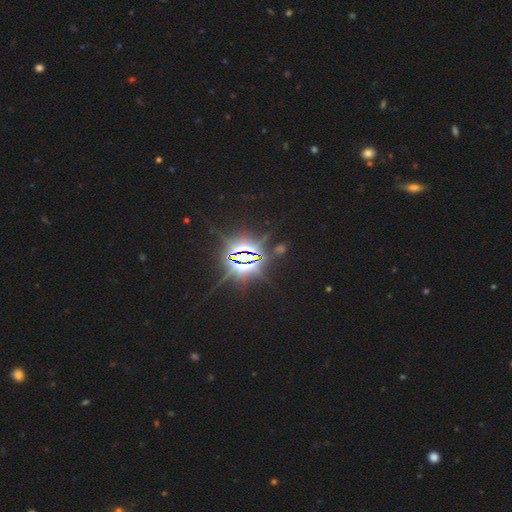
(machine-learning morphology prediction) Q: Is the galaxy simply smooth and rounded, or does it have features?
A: star or artifact — 87%.